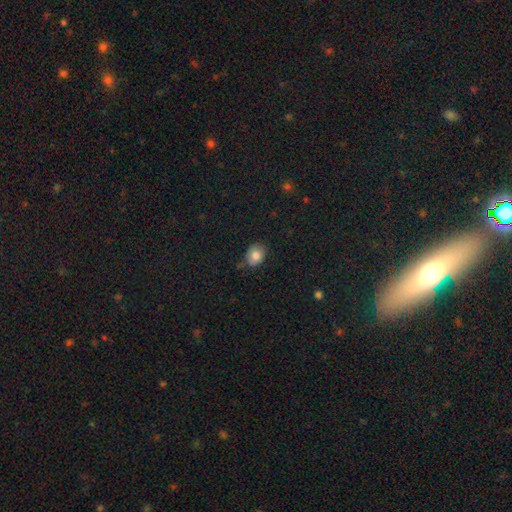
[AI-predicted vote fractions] Smooth or featured: smooth — 82% (star or artifact — 9%)
How rounded: in between — 54% (round — 45%)
Merging: none — 67% (minor disturbance — 26%)